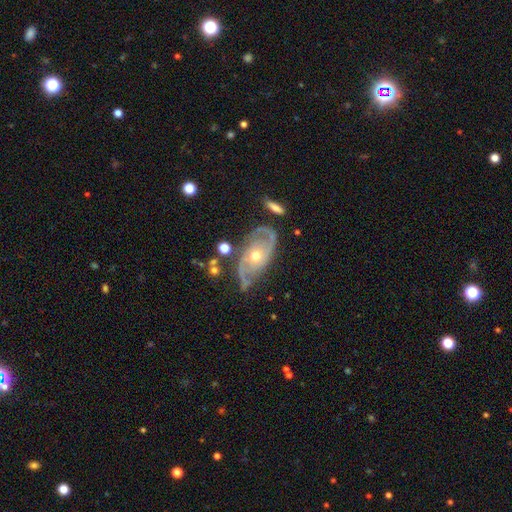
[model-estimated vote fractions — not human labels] The model was most divided on "spiral winding": tight: 47%, medium: 39%, loose: 13%. More confident: spiral arms — yes (96%); edge-on disk — no (95%); smooth or featured — featured or disk (88%); spiral arm count — 2 (76%); bar — no (73%); merging — none (66%); bulge size — moderate (58%).